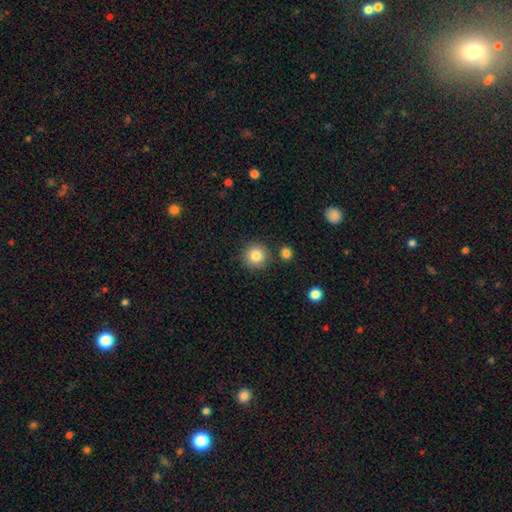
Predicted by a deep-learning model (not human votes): This is clearly a smooth galaxy (84%). How rounded: clearly round (94%). Merging: clearly none (86%).